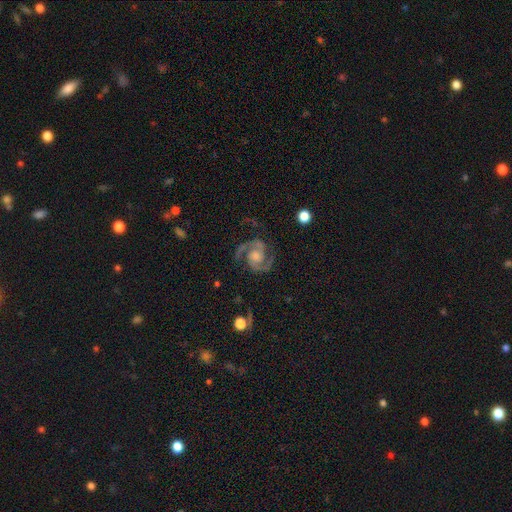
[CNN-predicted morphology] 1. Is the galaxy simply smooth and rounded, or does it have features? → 92% featured or disk, 5% star or artifact, 3% smooth.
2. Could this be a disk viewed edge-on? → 98% no, 2% yes.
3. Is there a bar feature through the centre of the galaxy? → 61% no, 30% weak, 9% strong.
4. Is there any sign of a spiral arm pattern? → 99% yes, 1% no.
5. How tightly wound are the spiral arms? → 54% medium, 38% tight, 8% loose.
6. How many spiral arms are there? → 91% 2, 4% 3, 2% can't tell, 1% 1, 1% 4, 1% more than 4.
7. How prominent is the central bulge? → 49% moderate, 29% small, 11% large, 10% none, 2% dominant.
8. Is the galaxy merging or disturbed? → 82% none, 12% minor disturbance, 5% major disturbance, 1% merger.